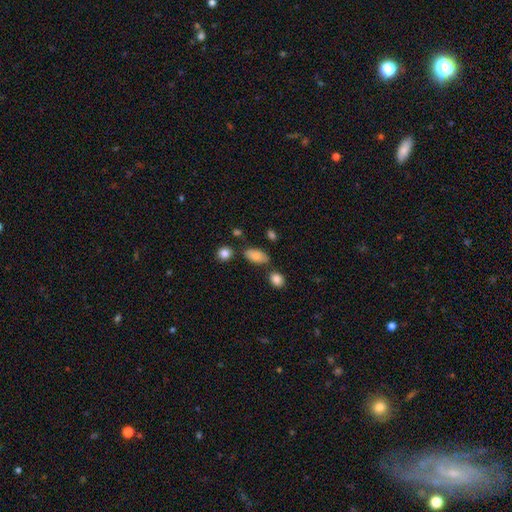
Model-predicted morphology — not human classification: This is clearly a smooth galaxy (83%). How rounded: clearly in between (91%). Merging: likely none (71%).